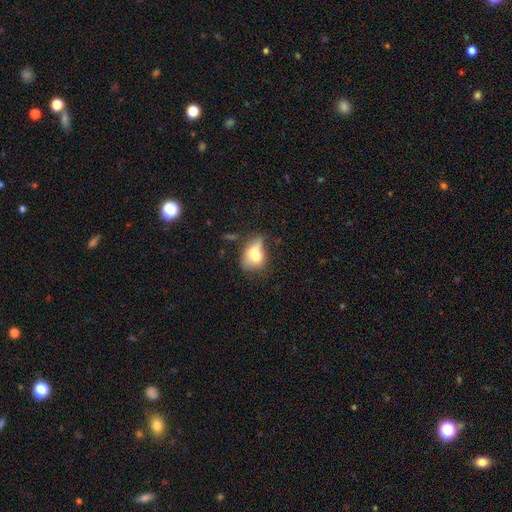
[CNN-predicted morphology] A smooth galaxy with no disk features (67%) that is in between round and cigar-shaped (68%).

Vote fractions:
- Smooth or featured? smooth: 67% / featured or disk: 23% / star or artifact: 10%
- How rounded? in between: 68% / round: 30% / cigar-shaped: 3%
- Merging? none: 31% / minor disturbance: 29% / major disturbance: 23% / merger: 17%